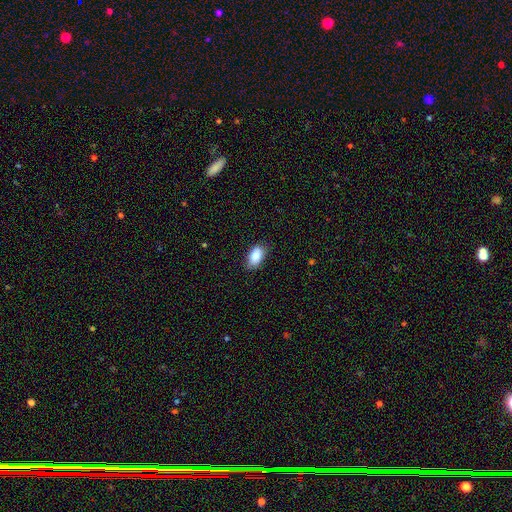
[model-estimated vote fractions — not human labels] Smooth or featured: smooth — 87% (star or artifact — 7%)
How rounded: in between — 92% (round — 5%)
Merging: none — 79% (minor disturbance — 17%)